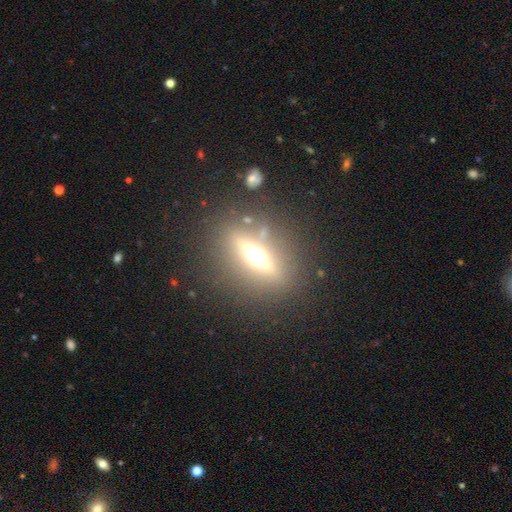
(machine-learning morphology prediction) Smooth or featured? Predicted: featured or disk (p=0.60). Edge-on disk? Predicted: yes (p=0.83). Edge-on bulge? Predicted: rounded (p=0.92). Merging? Predicted: none (p=0.81).